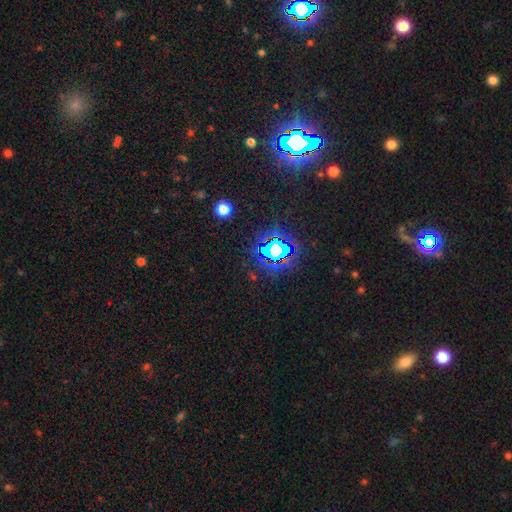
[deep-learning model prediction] smooth-or-featured: star or artifact: 81% | smooth: 11% | featured or disk: 7%